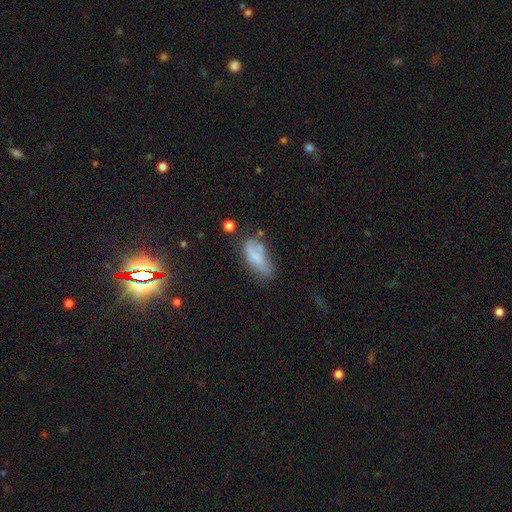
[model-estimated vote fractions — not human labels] Morphology: type=smooth (66%); roundness=in between (77%); merging=none (38%).